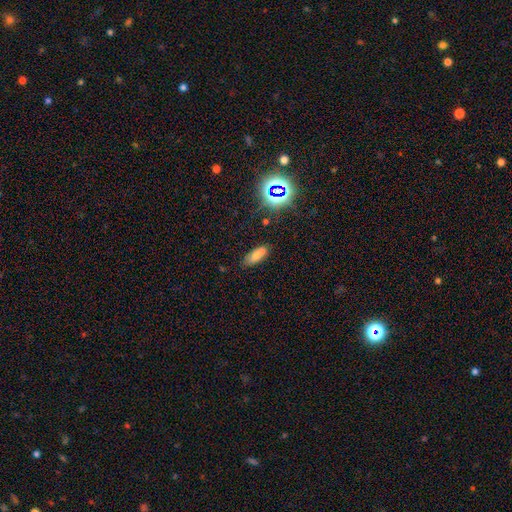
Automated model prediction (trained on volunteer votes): Smooth or featured?
  - smooth: 65% *
  - star or artifact: 18%
  - featured or disk: 17%
How rounded?
  - in between: 77% *
  - cigar-shaped: 17%
  - round: 6%
Merging?
  - none: 51% *
  - merger: 28%
  - minor disturbance: 15%
  - major disturbance: 6%